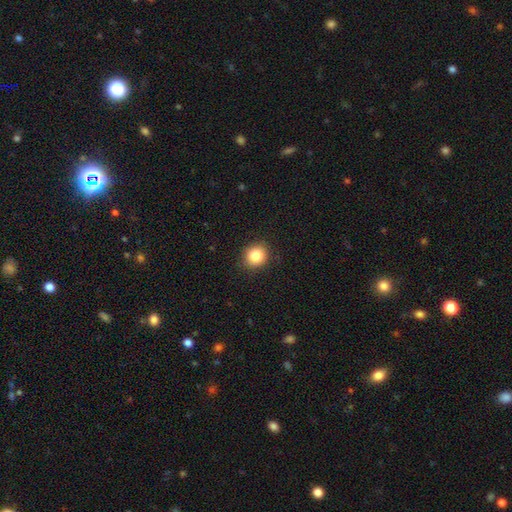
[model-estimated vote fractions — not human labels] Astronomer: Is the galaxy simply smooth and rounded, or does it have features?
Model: smooth — 85%.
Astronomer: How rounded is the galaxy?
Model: round — 83%.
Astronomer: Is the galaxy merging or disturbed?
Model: none — 89%.